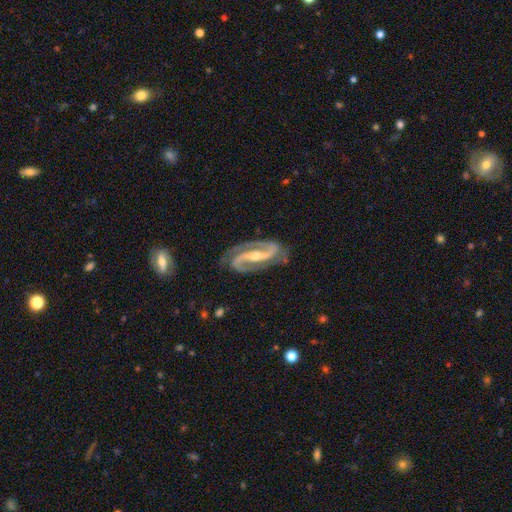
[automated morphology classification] Q: Smooth or featured?
A: featured or disk (93%); runner-up: star or artifact (4%)
Q: Edge-on disk?
A: no (96%); runner-up: yes (4%)
Q: Bar?
A: strong (53%); runner-up: weak (29%)
Q: Spiral arms?
A: yes (98%); runner-up: no (2%)
Q: Spiral winding?
A: medium (58%); runner-up: tight (25%)
Q: Spiral arm count?
A: 2 (94%); runner-up: can't tell (1%)
Q: Bulge size?
A: moderate (48%); runner-up: small (46%)
Q: Merging?
A: none (80%); runner-up: minor disturbance (14%)